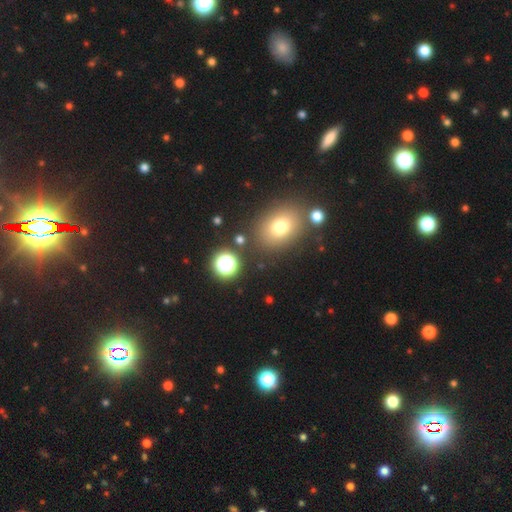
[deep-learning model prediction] Overall: smooth (49%; star or artifact 40%). Merging: none (84%).